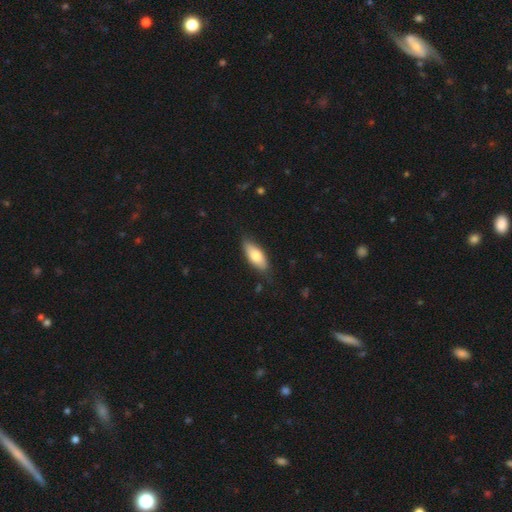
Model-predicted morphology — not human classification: Smooth or featured?
  - smooth: 75% *
  - featured or disk: 19%
  - star or artifact: 6%
How rounded?
  - in between: 79% *
  - cigar-shaped: 18%
  - round: 2%
Merging?
  - none: 78% *
  - minor disturbance: 18%
  - major disturbance: 3%
  - merger: 1%